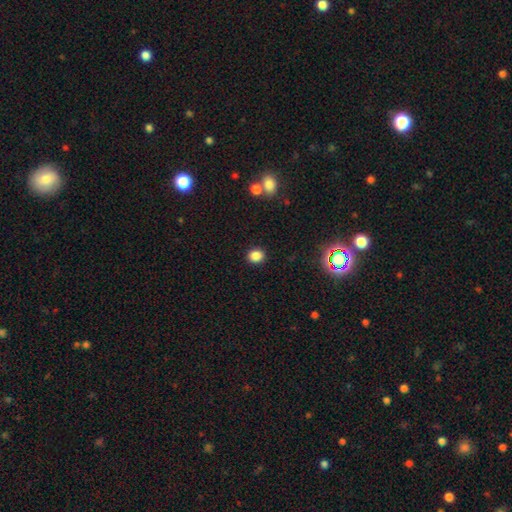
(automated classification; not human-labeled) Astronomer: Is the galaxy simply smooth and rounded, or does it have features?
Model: smooth — 84%.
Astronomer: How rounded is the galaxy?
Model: round — 74%.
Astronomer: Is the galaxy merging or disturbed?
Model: none — 90%.